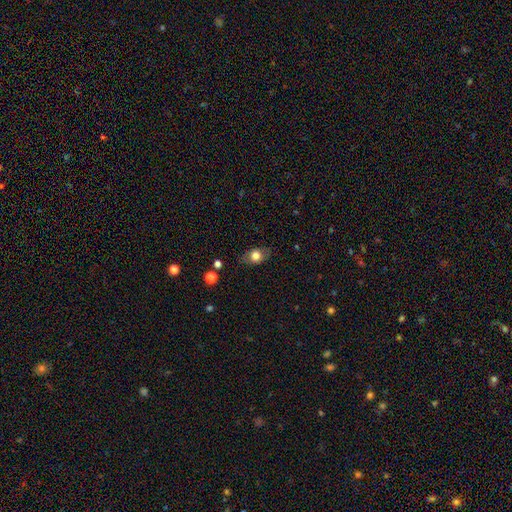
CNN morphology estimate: This is likely a smooth galaxy (72%). How rounded: likely in between (68%). Merging: likely none (78%).